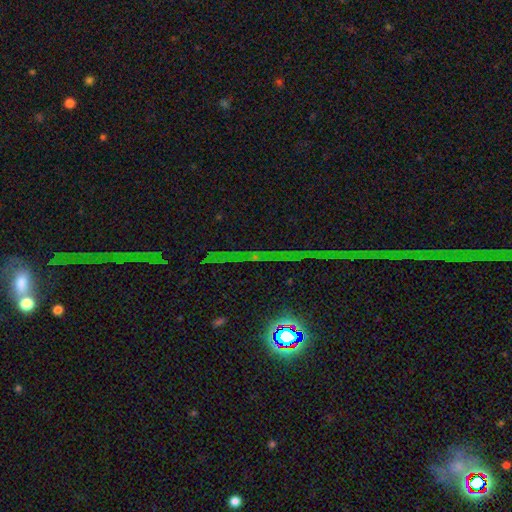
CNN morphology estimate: Smooth or featured? star or artifact (81%)